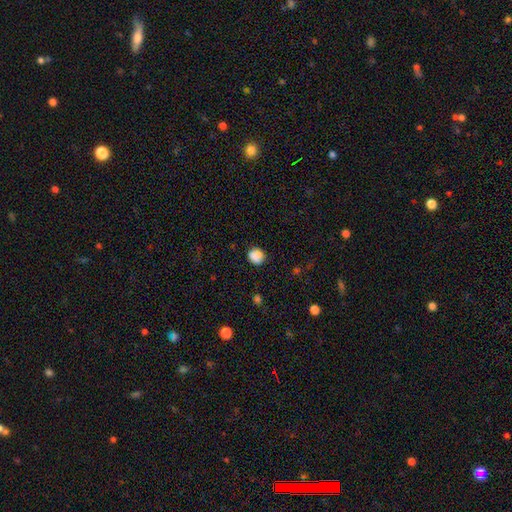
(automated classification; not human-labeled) Smooth or featured?
  - smooth: 84% *
  - star or artifact: 10%
  - featured or disk: 6%
How rounded?
  - round: 77% *
  - in between: 22%
  - cigar-shaped: 1%
Merging?
  - none: 76% *
  - minor disturbance: 17%
  - major disturbance: 4%
  - merger: 3%